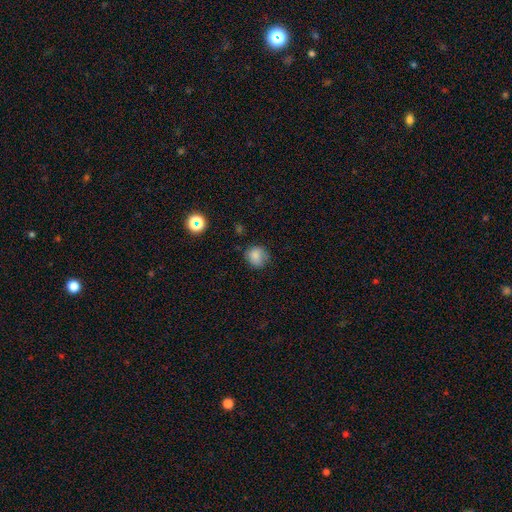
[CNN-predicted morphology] Smooth or featured?
  - smooth: 82% *
  - star or artifact: 11%
  - featured or disk: 7%
How rounded?
  - round: 80% *
  - in between: 20%
  - cigar-shaped: 1%
Merging?
  - none: 68% *
  - minor disturbance: 23%
  - major disturbance: 6%
  - merger: 2%